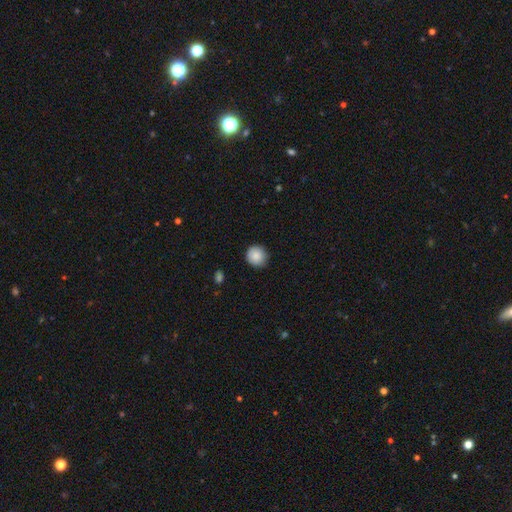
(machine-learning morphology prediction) Overall: smooth (88%). How rounded: round (93%). Merging: none (89%).